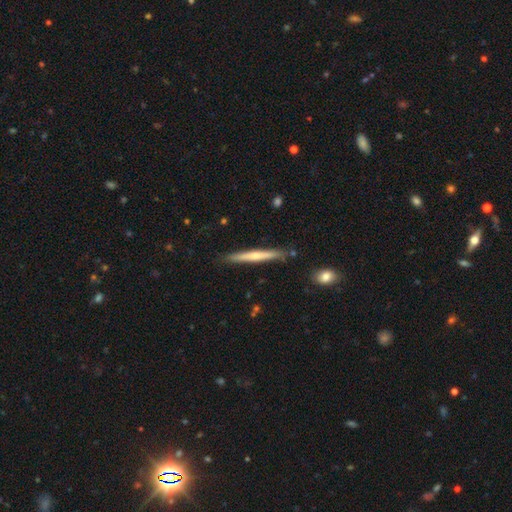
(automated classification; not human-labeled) Smooth or featured? featured or disk (52%)
Edge-on disk? yes (96%)
Edge-on bulge? rounded (62%)
Merging? none (87%)